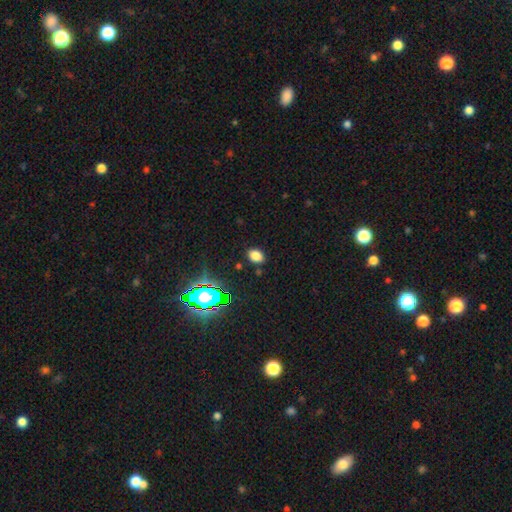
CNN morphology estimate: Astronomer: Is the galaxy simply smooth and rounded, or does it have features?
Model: smooth — 76%.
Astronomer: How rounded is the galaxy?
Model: in between — 74%.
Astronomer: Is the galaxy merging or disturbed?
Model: none — 85%.